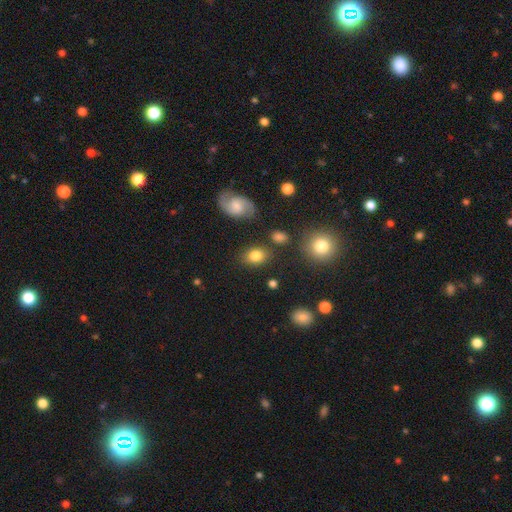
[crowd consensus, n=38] smooth_or_featured: smooth (p=0.82) [alt: featured or disk p=0.11]
how_rounded: in between (p=0.68) [alt: round p=0.32]
merging: none (p=0.80) [alt: minor disturbance p=0.14]